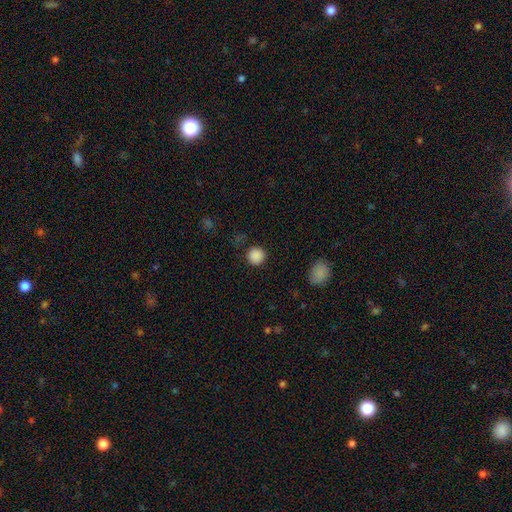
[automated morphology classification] smooth_or_featured: smooth (p=0.86) [alt: star or artifact p=0.11]
how_rounded: round (p=0.94) [alt: in between p=0.05]
merging: none (p=0.87) [alt: minor disturbance p=0.08]